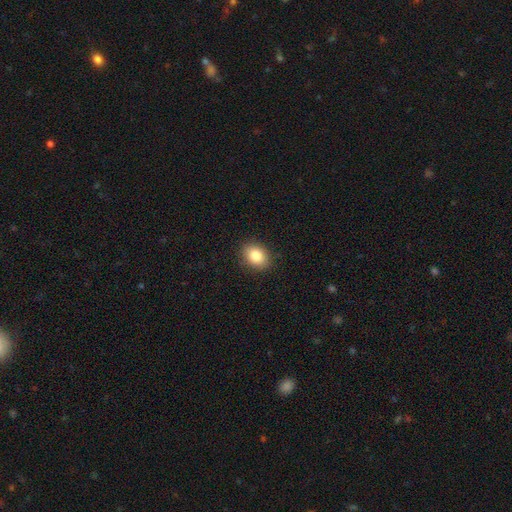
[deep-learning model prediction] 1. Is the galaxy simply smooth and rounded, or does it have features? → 83% smooth, 9% star or artifact, 7% featured or disk.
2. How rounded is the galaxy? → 60% in between, 39% round, 1% cigar-shaped.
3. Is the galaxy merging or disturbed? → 89% none, 8% minor disturbance, 2% major disturbance, 1% merger.